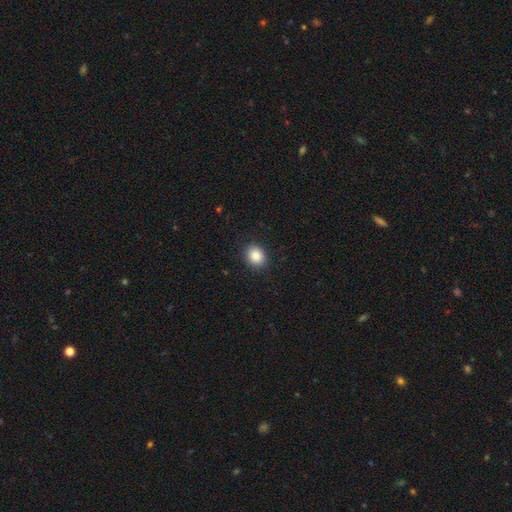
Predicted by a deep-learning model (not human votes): smooth 87%, star or artifact 9%, featured or disk 4%. Down the decision tree: how rounded — round (56%); merging — none (89%).